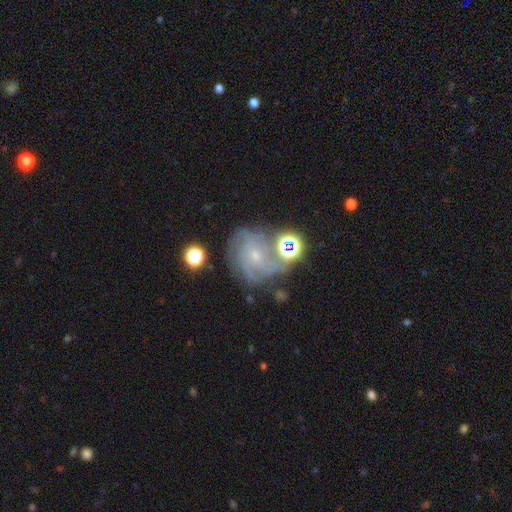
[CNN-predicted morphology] Smooth or featured: featured or disk — 72% (star or artifact — 15%)
Edge-on disk: no — 98% (yes — 2%)
Bar: no — 70% (weak — 24%)
Spiral arms: yes — 92% (no — 8%)
Spiral winding: tight — 54% (medium — 35%)
Spiral arm count: can't tell — 33% (4 — 21%)
Bulge size: small — 81% (moderate — 13%)
Merging: none — 62% (minor disturbance — 18%)